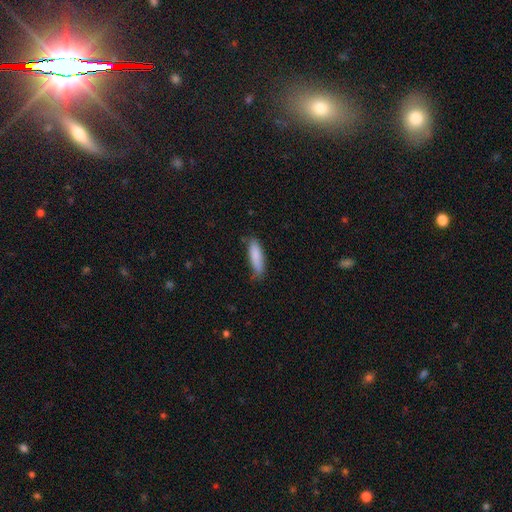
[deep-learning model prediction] Smooth or featured? smooth (86%)
How rounded? cigar-shaped (58%)
Merging? none (71%)